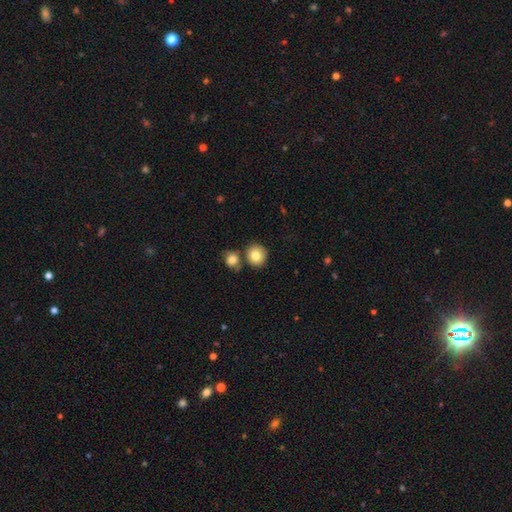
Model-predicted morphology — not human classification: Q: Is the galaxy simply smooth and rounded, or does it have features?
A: smooth — 82%.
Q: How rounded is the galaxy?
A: round — 88%.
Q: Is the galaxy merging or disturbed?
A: none — 70%.